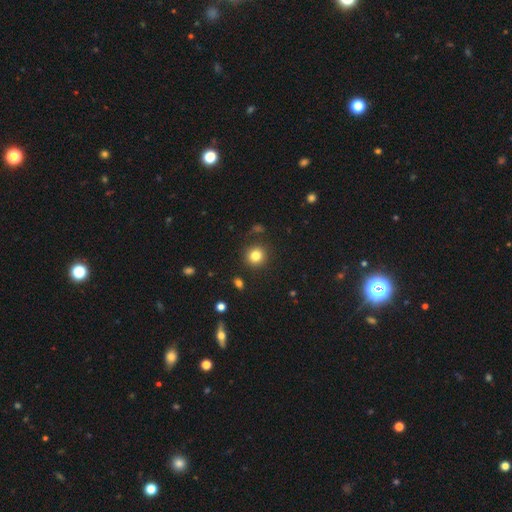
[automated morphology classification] Smooth or featured: smooth — 82% (star or artifact — 12%)
How rounded: round — 91% (in between — 8%)
Merging: none — 88% (minor disturbance — 7%)